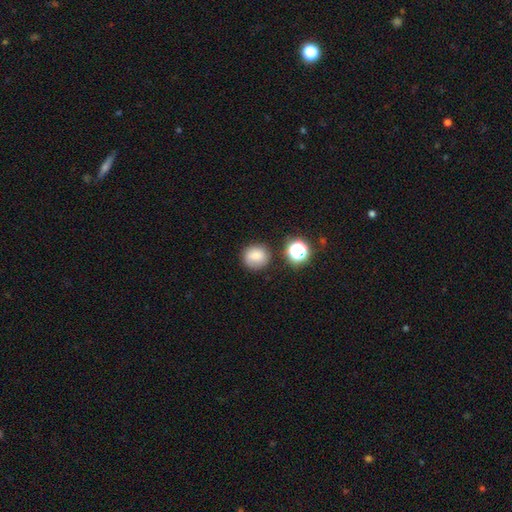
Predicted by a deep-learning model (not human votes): Smooth or featured? Predicted: smooth (p=0.79). How rounded? Predicted: round (p=0.89). Merging? Predicted: none (p=0.79).